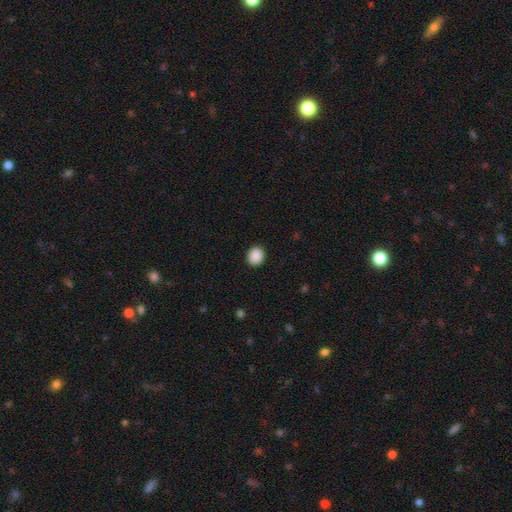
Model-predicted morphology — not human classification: This is clearly a smooth galaxy (89%). How rounded: likely round (78%). Merging: clearly none (91%).